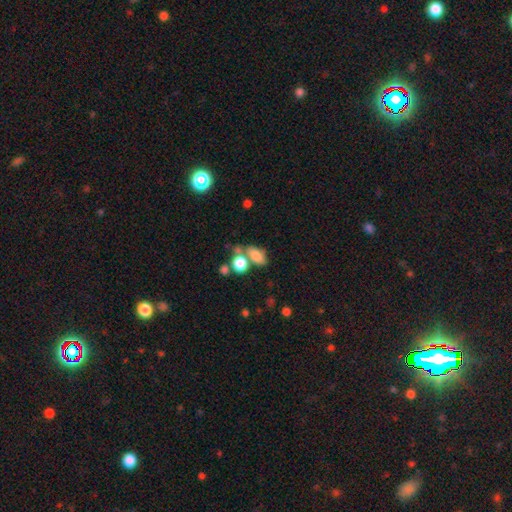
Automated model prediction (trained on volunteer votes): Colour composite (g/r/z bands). It shows a smooth galaxy with no disk features (78%) that is in between round and cigar-shaped (81%). Merging: none (46%).